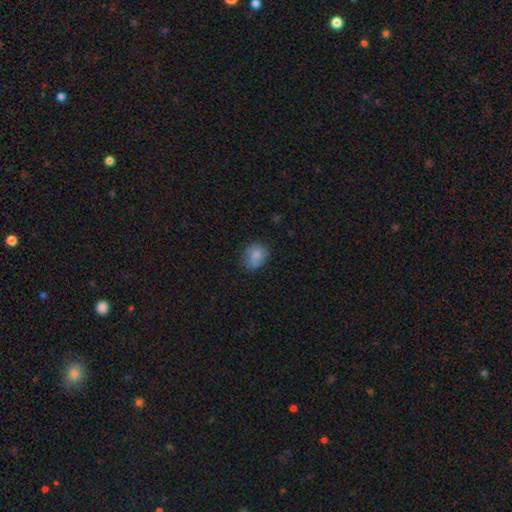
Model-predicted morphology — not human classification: Smooth or featured? Predicted: smooth (p=0.81). How rounded? Predicted: round (p=0.63). Merging? Predicted: none (p=0.69).